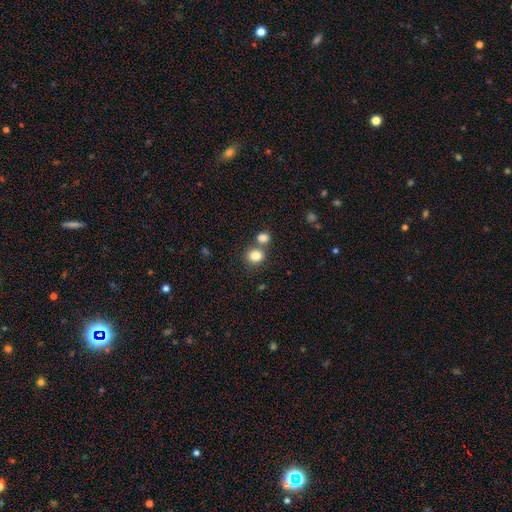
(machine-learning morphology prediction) smooth_or_featured: smooth (p=0.83) [alt: star or artifact p=0.10]
how_rounded: round (p=0.70) [alt: in between p=0.30]
merging: none (p=0.59) [alt: merger p=0.29]